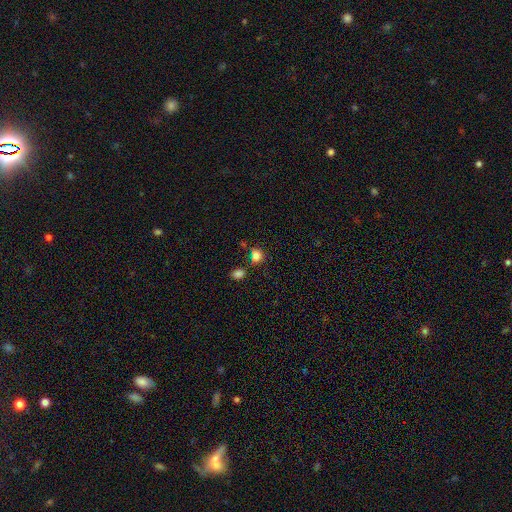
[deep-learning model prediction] This appears to be a smooth galaxy with no disk features (83%) that is round (67%). Merging: none (66%).